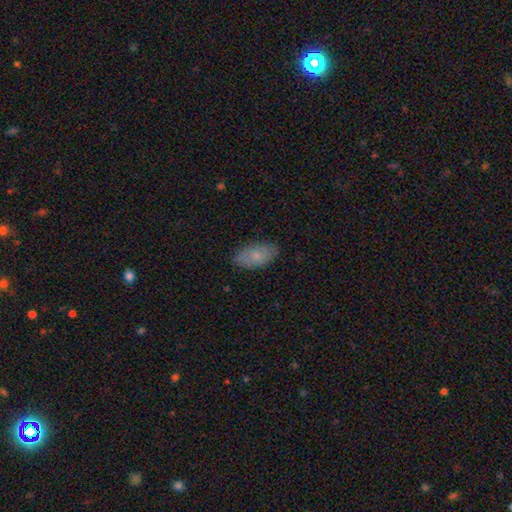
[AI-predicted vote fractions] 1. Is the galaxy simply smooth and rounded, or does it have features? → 78% smooth, 15% featured or disk, 7% star or artifact.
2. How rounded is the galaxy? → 93% in between, 3% round, 3% cigar-shaped.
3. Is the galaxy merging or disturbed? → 84% none, 13% minor disturbance, 2% major disturbance, 1% merger.